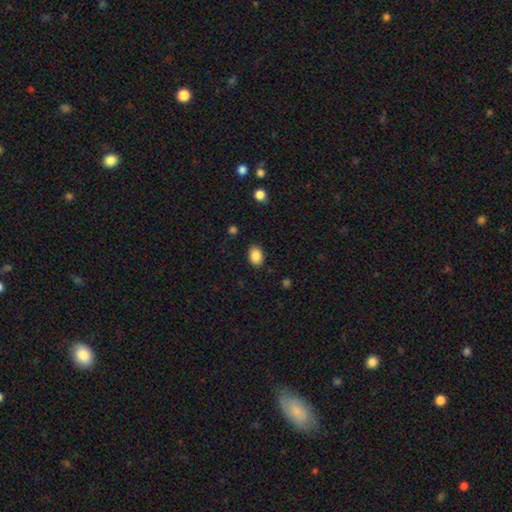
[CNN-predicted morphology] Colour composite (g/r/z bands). It shows a smooth galaxy with no disk features (87%) that is in between round and cigar-shaped (81%). Merging: none (86%).